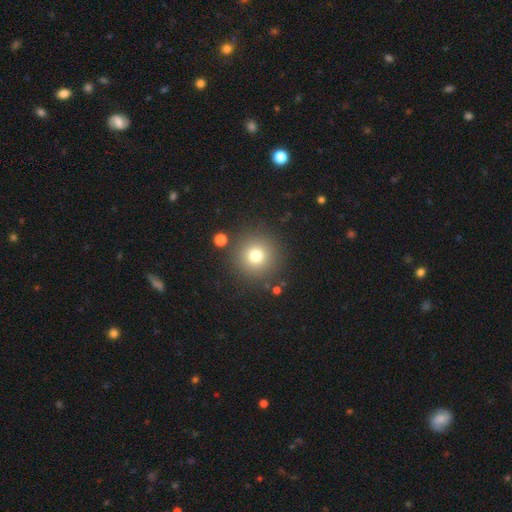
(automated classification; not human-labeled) Overall: smooth (76%). How rounded: round (96%). Merging: none (87%).